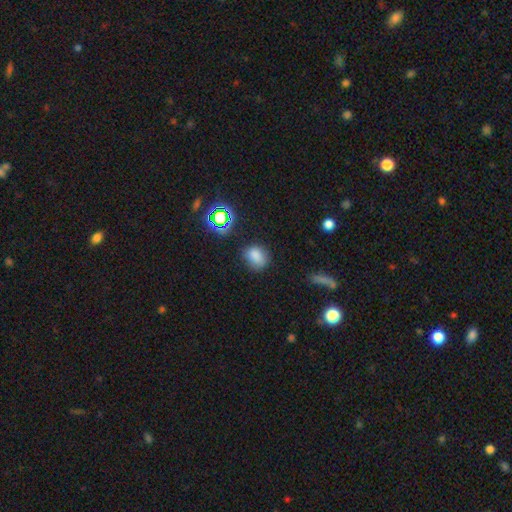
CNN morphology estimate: A smooth galaxy with no disk features (77%) that is round (52%). Merging: none (72%).